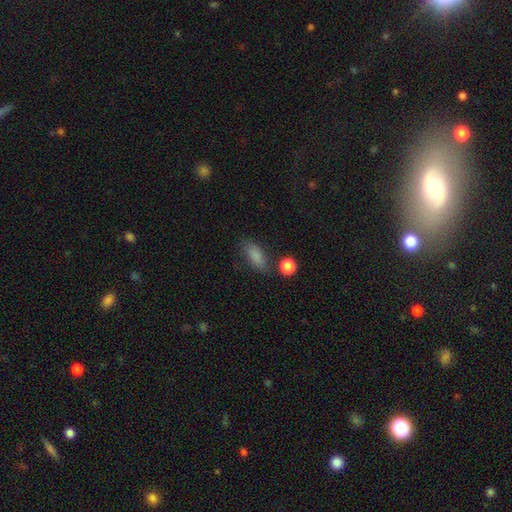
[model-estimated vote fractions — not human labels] This appears to be a smooth galaxy with no disk features (83%) that is in between round and cigar-shaped (81%). Merging: none (72%).